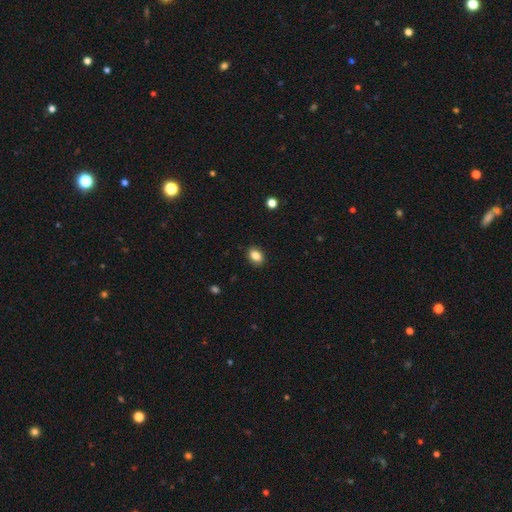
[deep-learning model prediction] smooth 85%, star or artifact 9%, featured or disk 6%. Down the decision tree: how rounded — in between (71%); merging — none (88%).